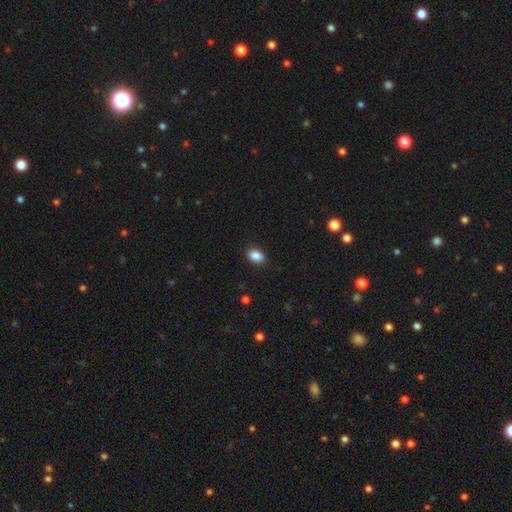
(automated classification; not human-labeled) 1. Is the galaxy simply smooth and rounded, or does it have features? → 88% smooth, 8% star or artifact, 3% featured or disk.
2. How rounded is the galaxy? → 84% in between, 15% round, 1% cigar-shaped.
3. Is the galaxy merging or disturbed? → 88% none, 9% minor disturbance, 2% major disturbance, 1% merger.